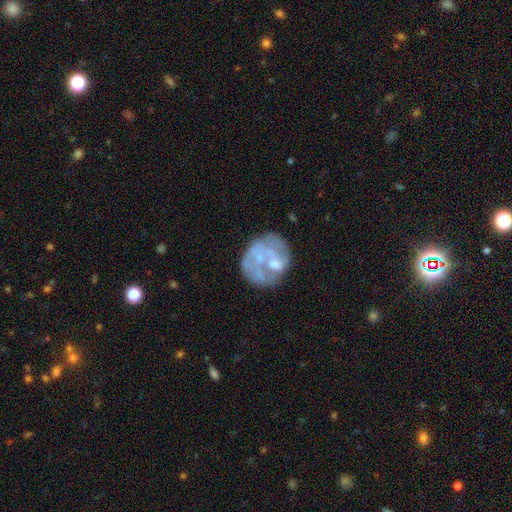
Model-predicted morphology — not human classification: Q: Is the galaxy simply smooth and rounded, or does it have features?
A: featured or disk — 64%.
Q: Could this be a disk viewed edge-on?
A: no — 98%.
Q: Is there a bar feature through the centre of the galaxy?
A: no — 82%.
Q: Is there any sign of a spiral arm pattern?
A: no — 70%.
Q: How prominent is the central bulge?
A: moderate — 35%.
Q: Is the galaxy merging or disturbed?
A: none — 50%.